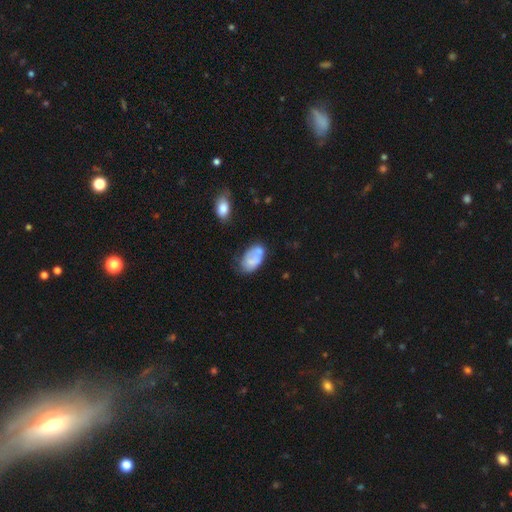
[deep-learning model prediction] smooth-or-featured: smooth: 58% | featured or disk: 33% | star or artifact: 8%
  how-rounded: in between: 90% | round: 8% | cigar-shaped: 2%
  merging: none: 38% | minor disturbance: 27% | merger: 20% | major disturbance: 15%